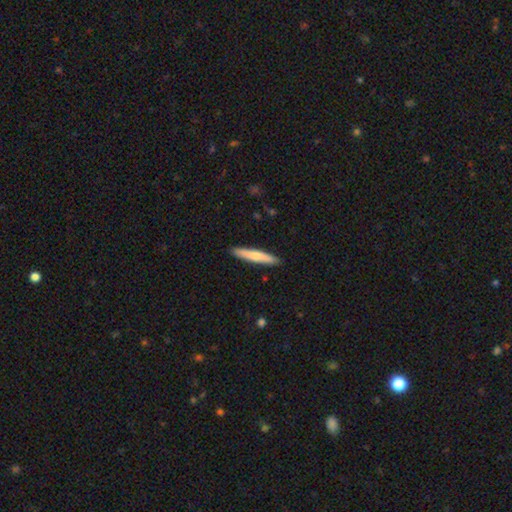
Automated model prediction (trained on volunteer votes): This is likely a smooth galaxy (69%). How rounded: clearly cigar-shaped (92%). Merging: clearly none (91%).